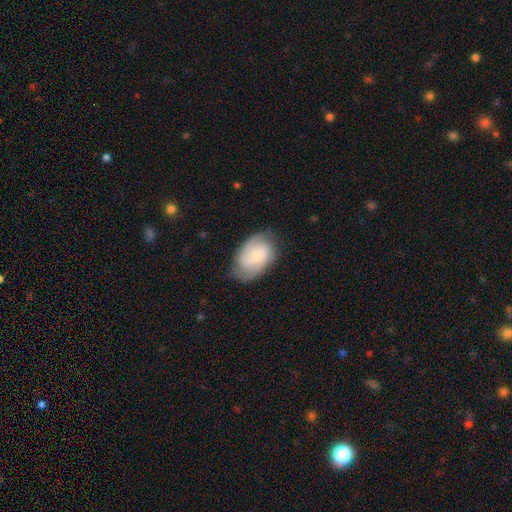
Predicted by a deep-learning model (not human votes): Smooth or featured: featured or disk — 59% (smooth — 34%)
Edge-on disk: no — 96% (yes — 4%)
Bar: no — 50% (weak — 41%)
Spiral arms: yes — 91% (no — 9%)
Spiral winding: medium — 44% (tight — 40%)
Spiral arm count: 2 — 68% (can't tell — 17%)
Bulge size: small — 59% (moderate — 25%)
Merging: none — 72% (minor disturbance — 21%)